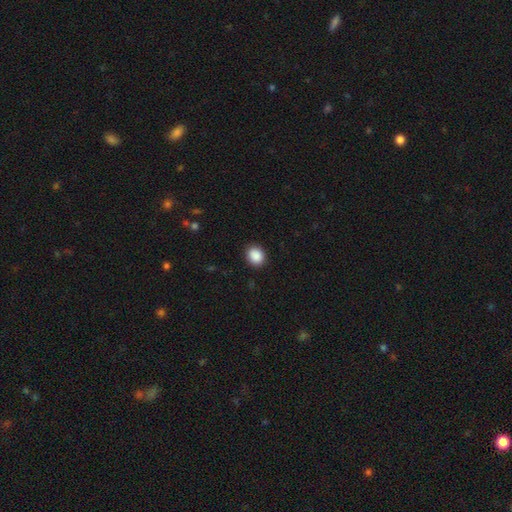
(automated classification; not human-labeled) Overall: smooth (89%). How rounded: round (61%; in between 38%). Merging: none (90%).